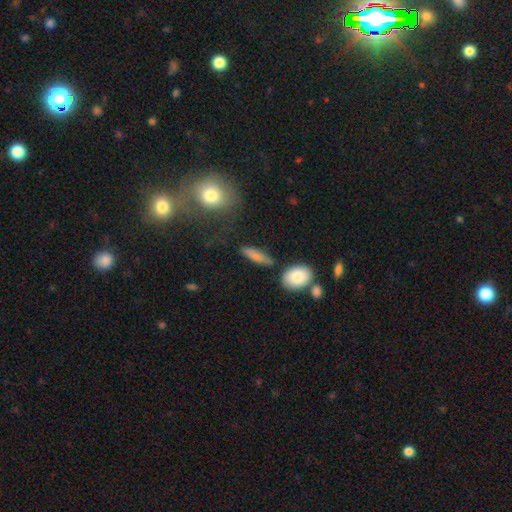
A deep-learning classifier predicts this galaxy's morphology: Q: Smooth or featured?
A: smooth (78%); runner-up: featured or disk (14%)
Q: How rounded?
A: cigar-shaped (62%); runner-up: in between (33%)
Q: Merging?
A: none (78%); runner-up: minor disturbance (13%)